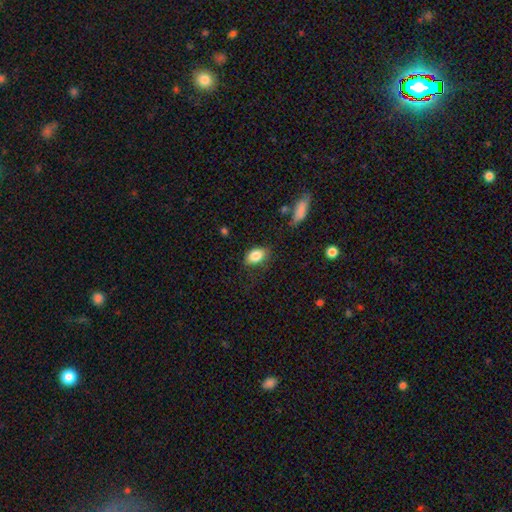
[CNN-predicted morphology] A smooth galaxy with no disk features (85%) that is in between round and cigar-shaped (86%).

Vote fractions:
- Smooth or featured? smooth: 85% / star or artifact: 8% / featured or disk: 7%
- How rounded? in between: 86% / round: 13% / cigar-shaped: 2%
- Merging? none: 77% / minor disturbance: 16% / major disturbance: 5% / merger: 2%